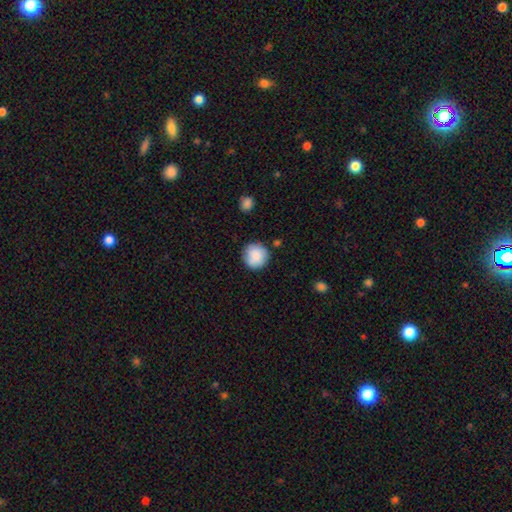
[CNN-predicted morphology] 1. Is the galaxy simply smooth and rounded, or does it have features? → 85% smooth, 8% featured or disk, 7% star or artifact.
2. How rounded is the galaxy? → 94% round, 5% in between, 1% cigar-shaped.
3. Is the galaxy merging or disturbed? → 82% none, 12% minor disturbance, 3% major disturbance, 3% merger.